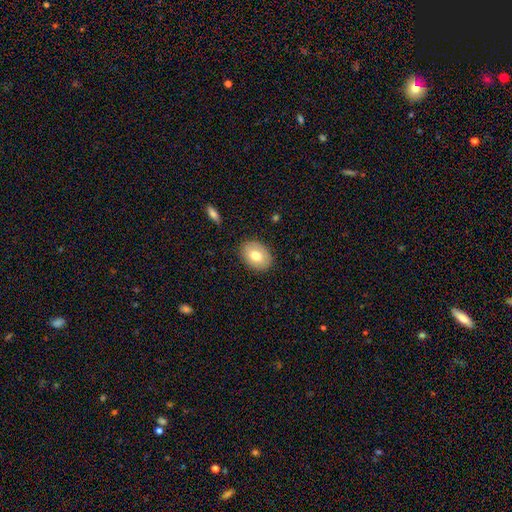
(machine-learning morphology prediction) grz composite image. It shows a smooth galaxy with no disk features (72%) that is in between round and cigar-shaped (73%). Merging: none (86%).